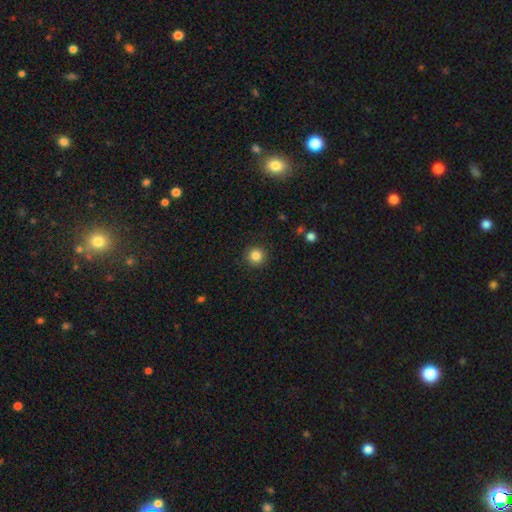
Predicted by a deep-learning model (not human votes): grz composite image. It shows a smooth galaxy with no disk features (84%) that is round (94%). Merging: none (91%).